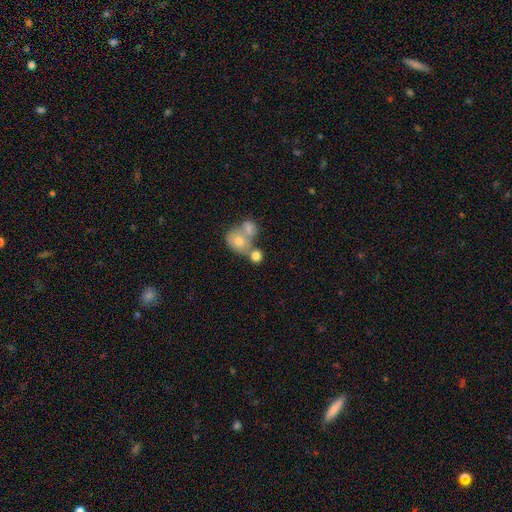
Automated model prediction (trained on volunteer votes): This is likely a smooth galaxy (73%). How rounded: likely round (72%). Merging: possibly merger (54%).